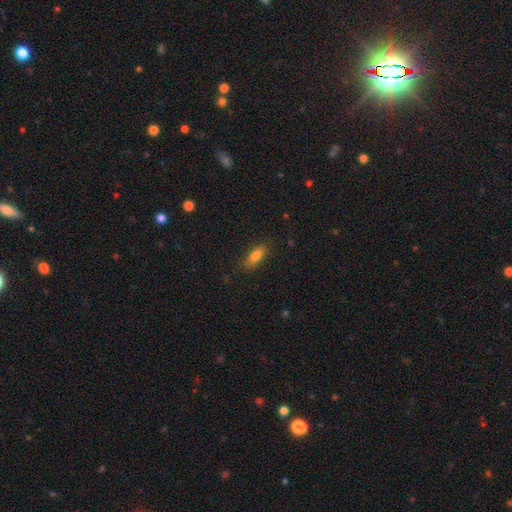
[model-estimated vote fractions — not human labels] smooth_or_featured: smooth (p=0.80) [alt: featured or disk p=0.11]
how_rounded: in between (p=0.74) [alt: cigar-shaped p=0.23]
merging: none (p=0.82) [alt: minor disturbance p=0.13]